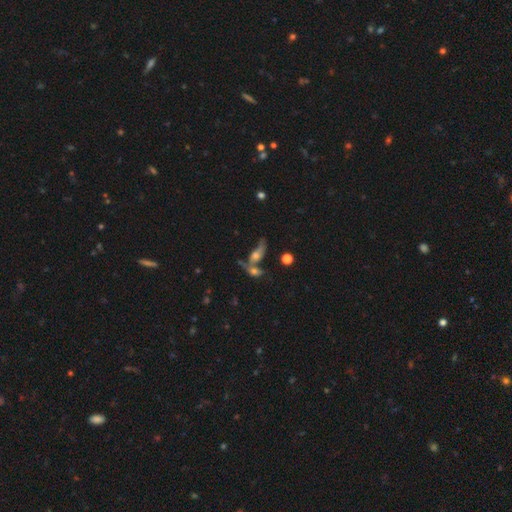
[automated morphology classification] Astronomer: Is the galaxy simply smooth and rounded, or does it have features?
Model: featured or disk — 45% (runner-up: smooth, 38%).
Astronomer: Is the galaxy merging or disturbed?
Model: merger — 49% (runner-up: none, 27%).